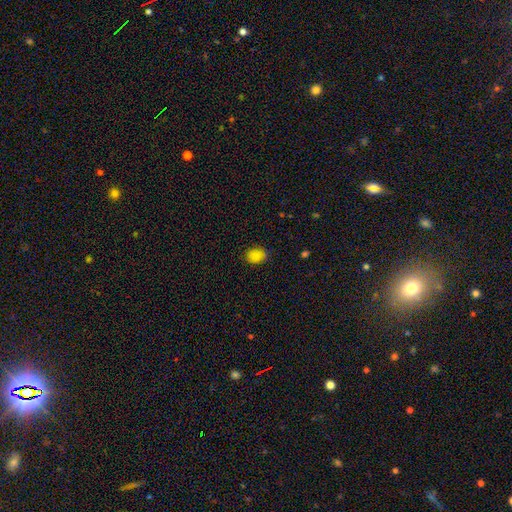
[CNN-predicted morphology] A smooth galaxy with no disk features (85%) that is in between round and cigar-shaped (60%). Merging: none (79%).